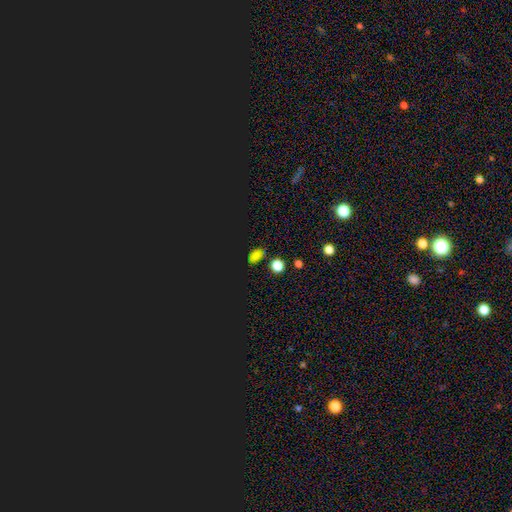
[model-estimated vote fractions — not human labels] A smooth galaxy with no disk features (59%) that is in between round and cigar-shaped (69%). Merging: none (78%).